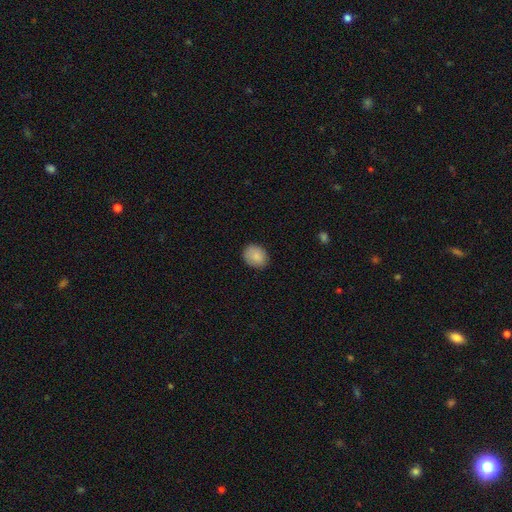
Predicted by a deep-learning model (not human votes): Smooth or featured?
  - smooth: 85% *
  - star or artifact: 8%
  - featured or disk: 8%
How rounded?
  - round: 53% *
  - in between: 46%
  - cigar-shaped: 1%
Merging?
  - none: 83% *
  - minor disturbance: 13%
  - major disturbance: 3%
  - merger: 1%